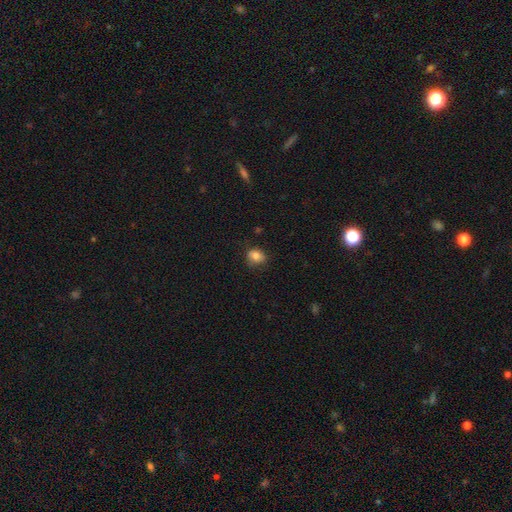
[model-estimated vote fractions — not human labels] Smooth or featured: smooth — 80% (featured or disk — 10%)
How rounded: round — 55% (in between — 44%)
Merging: none — 68% (minor disturbance — 24%)